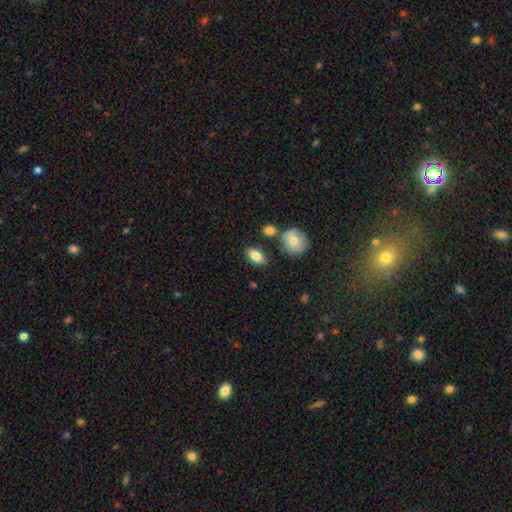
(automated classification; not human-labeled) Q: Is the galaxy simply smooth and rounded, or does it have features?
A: smooth — 83%.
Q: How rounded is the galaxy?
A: in between — 89%.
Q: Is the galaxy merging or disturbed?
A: none — 78%.